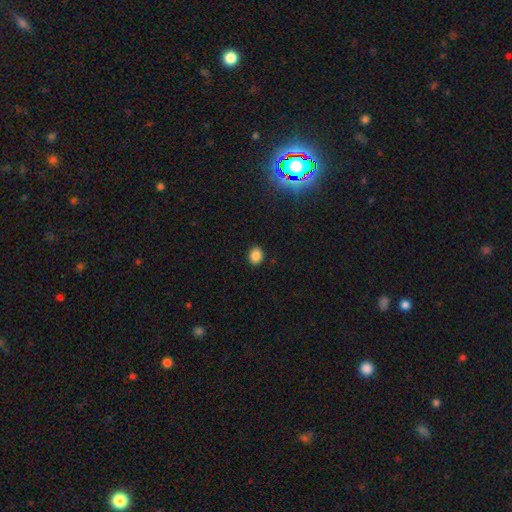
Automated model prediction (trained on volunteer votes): Smooth or featured? Predicted: smooth (p=0.86). How rounded? Predicted: round (p=0.59). Merging? Predicted: none (p=0.90).